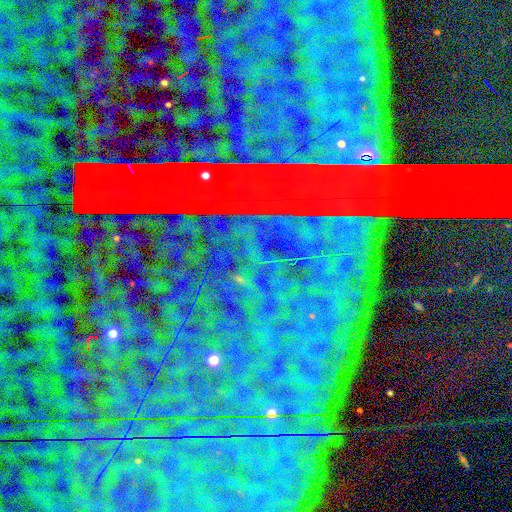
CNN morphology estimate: smooth-or-featured: star or artifact: 88% | featured or disk: 6% | smooth: 5%